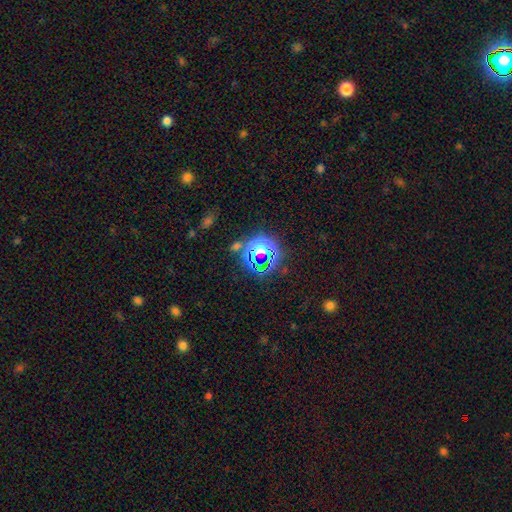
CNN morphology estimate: A star or artifact, not a galaxy (70%).